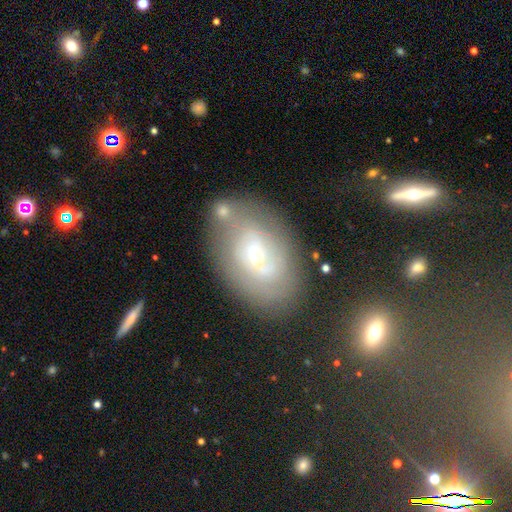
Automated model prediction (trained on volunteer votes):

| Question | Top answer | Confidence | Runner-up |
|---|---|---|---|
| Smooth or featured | featured or disk | 64% | smooth (27%) |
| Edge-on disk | no | 94% | yes (6%) |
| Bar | weak | 46% | no (44%) |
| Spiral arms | yes | 67% | no (33%) |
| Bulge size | small | 47% | moderate (46%) |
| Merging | none | 57% | minor disturbance (21%) |